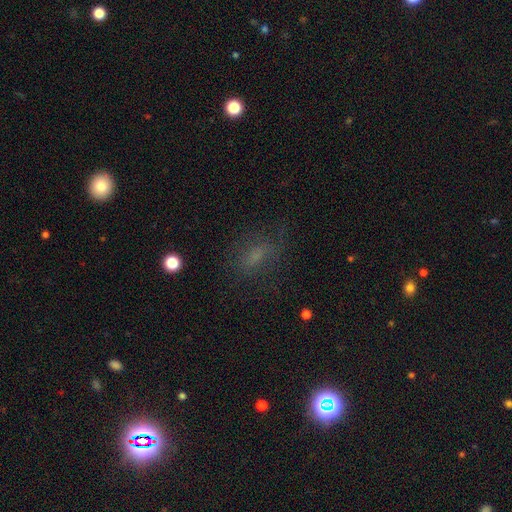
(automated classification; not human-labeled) Smooth or featured? Predicted: smooth (p=0.55). How rounded? Predicted: in between (p=0.70). Merging? Predicted: none (p=0.65).